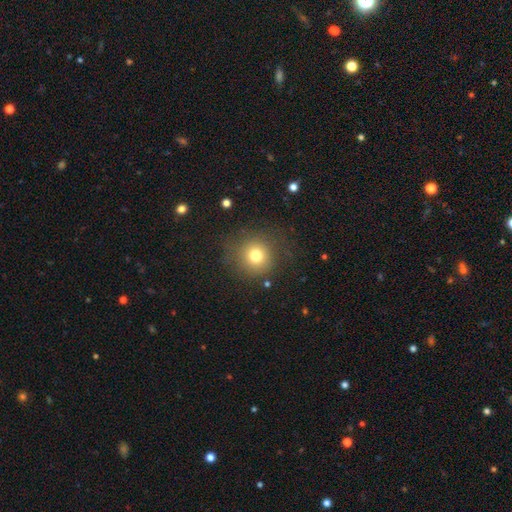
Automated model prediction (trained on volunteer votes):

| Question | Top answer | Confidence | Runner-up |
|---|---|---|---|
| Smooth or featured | smooth | 75% | star or artifact (14%) |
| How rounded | round | 92% | in between (7%) |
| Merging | none | 82% | minor disturbance (11%) |